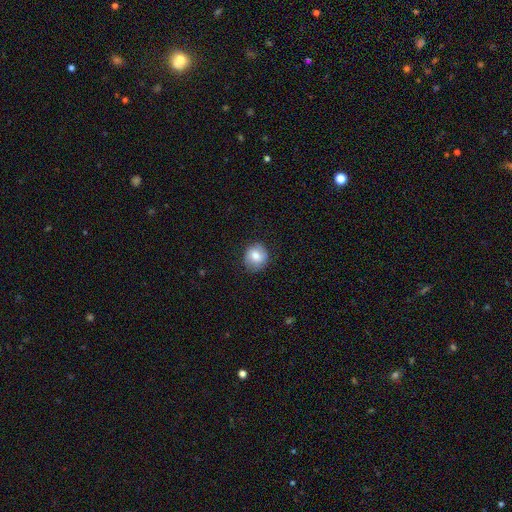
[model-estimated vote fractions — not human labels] A smooth galaxy with no disk features (73%) that is round (81%).

Vote fractions:
- Smooth or featured? smooth: 73% / featured or disk: 19% / star or artifact: 8%
- How rounded? round: 81% / in between: 18% / cigar-shaped: 1%
- Merging? none: 80% / minor disturbance: 15% / major disturbance: 4% / merger: 1%